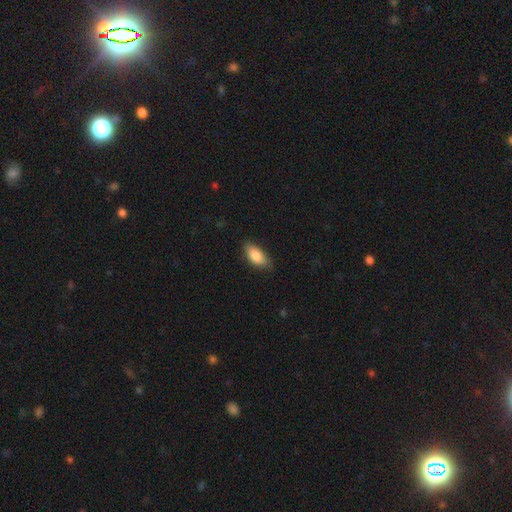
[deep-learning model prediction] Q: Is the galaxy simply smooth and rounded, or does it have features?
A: smooth — 86%.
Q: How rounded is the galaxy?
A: in between — 89%.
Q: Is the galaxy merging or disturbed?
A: none — 80%.